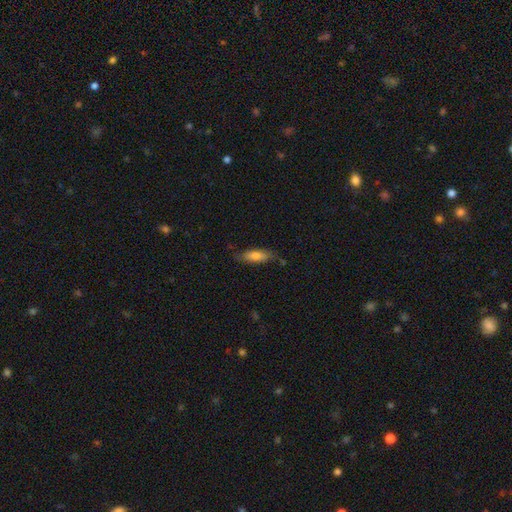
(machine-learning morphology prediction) This is likely a smooth galaxy (72%). How rounded: possibly in between (57%). Merging: likely none (70%).